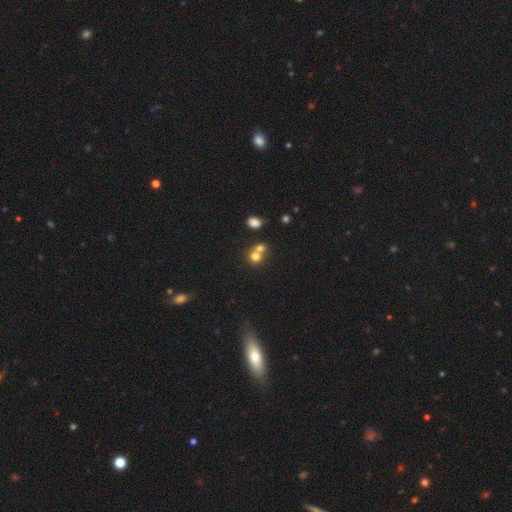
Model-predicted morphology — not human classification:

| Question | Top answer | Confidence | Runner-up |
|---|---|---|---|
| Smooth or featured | smooth | 74% | star or artifact (14%) |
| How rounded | round | 79% | in between (20%) |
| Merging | merger | 53% | none (38%) |